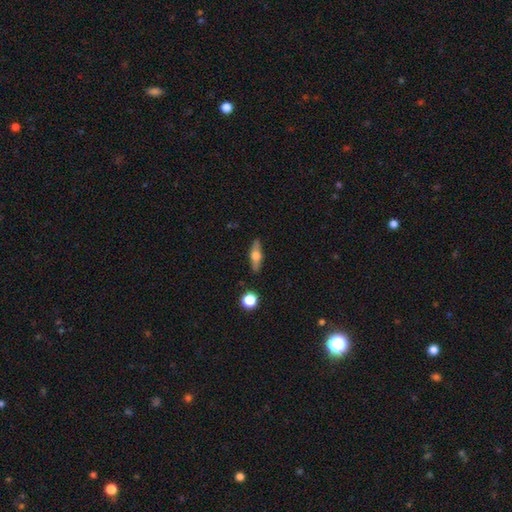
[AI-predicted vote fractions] This is possibly a featured or disk galaxy (47%). Merging: clearly none (86%).